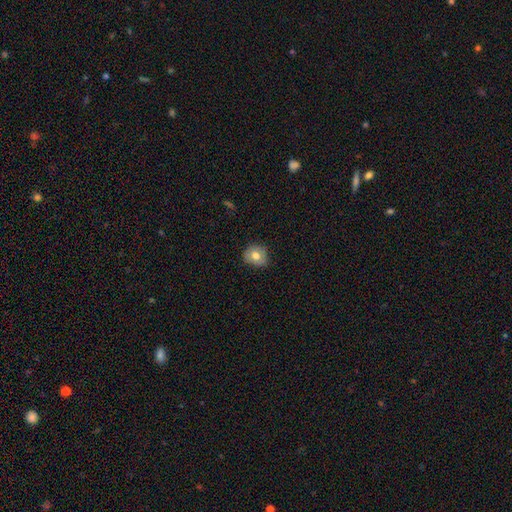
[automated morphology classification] The model was most divided on "smooth or featured": smooth: 72%, featured or disk: 19%, star or artifact: 9%. More confident: how rounded — round (79%); merging — none (77%).